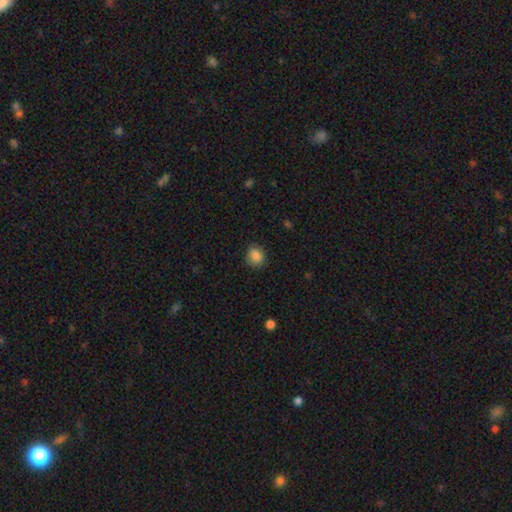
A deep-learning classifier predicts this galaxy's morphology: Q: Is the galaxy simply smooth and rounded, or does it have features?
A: smooth — 86%.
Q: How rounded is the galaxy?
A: round — 70%.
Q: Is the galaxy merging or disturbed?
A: none — 84%.